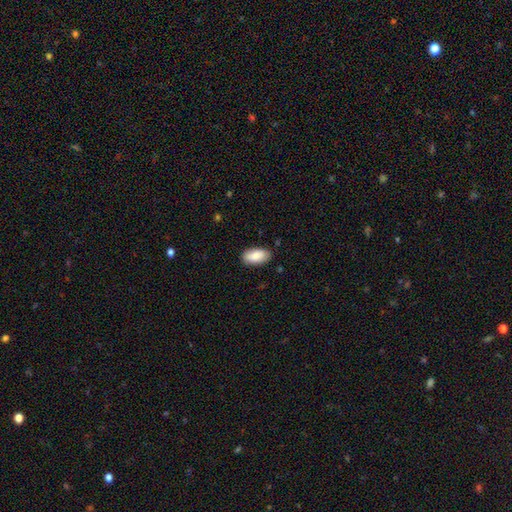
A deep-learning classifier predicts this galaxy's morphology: Q: Smooth or featured?
A: smooth (84%); runner-up: featured or disk (10%)
Q: How rounded?
A: in between (94%); runner-up: cigar-shaped (3%)
Q: Merging?
A: none (85%); runner-up: minor disturbance (12%)